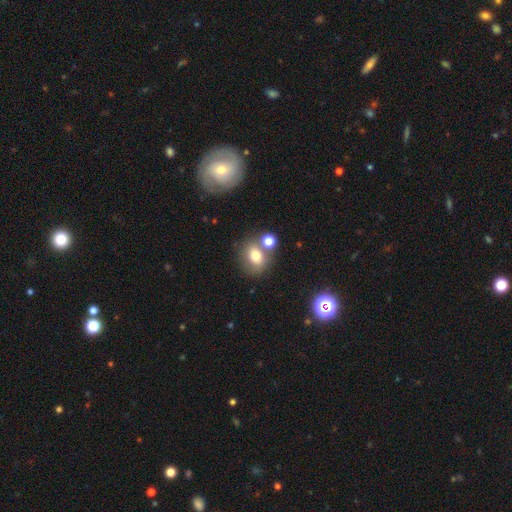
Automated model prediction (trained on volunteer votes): The model was most divided on "how rounded": round: 59%, in between: 40%, cigar-shaped: 1%. More confident: smooth or featured — smooth (73%); merging — none (58%).